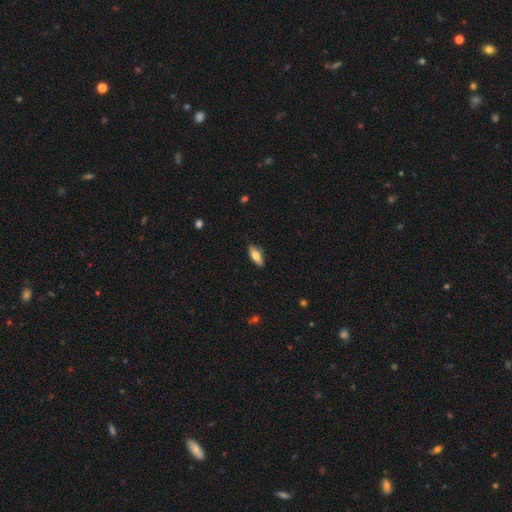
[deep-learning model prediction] Smooth or featured? smooth (58%)
How rounded? in between (62%)
Merging? none (86%)